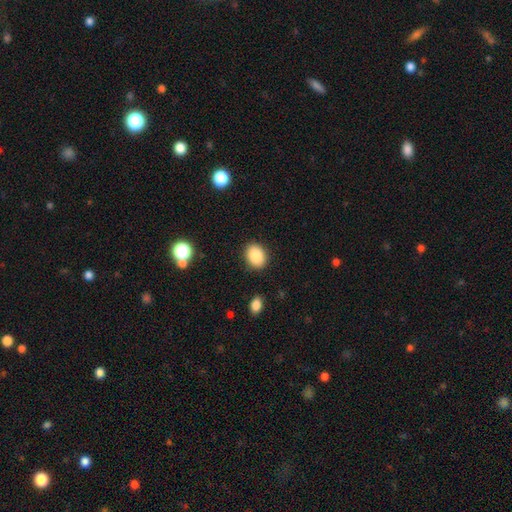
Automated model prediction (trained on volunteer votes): Morphology: type=smooth (87%); roundness=in between (62%); merging=none (88%).